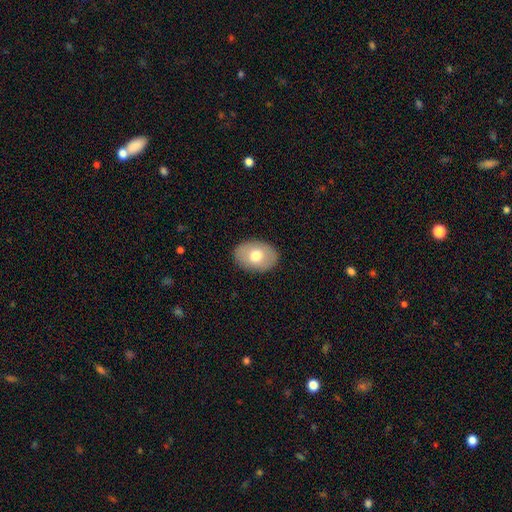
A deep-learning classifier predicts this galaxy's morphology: A smooth galaxy with no disk features (70%) that is in between round and cigar-shaped (81%).

Vote fractions:
- Smooth or featured? smooth: 70% / featured or disk: 24% / star or artifact: 6%
- How rounded? in between: 81% / round: 18% / cigar-shaped: 1%
- Merging? none: 88% / minor disturbance: 9% / major disturbance: 2% / merger: 1%